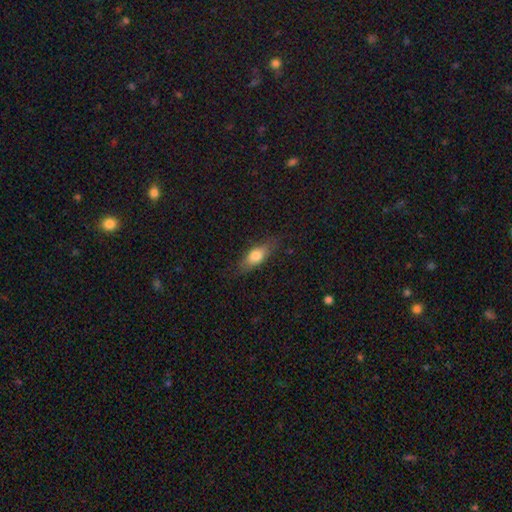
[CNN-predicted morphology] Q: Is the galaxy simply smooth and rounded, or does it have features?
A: smooth — 73%.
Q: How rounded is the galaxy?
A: in between — 73%.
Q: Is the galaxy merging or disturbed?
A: none — 78%.